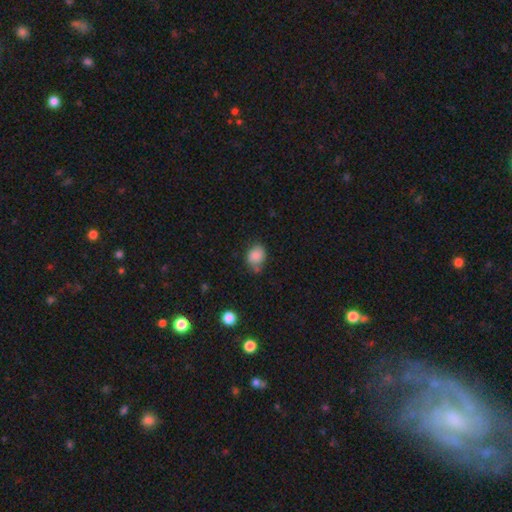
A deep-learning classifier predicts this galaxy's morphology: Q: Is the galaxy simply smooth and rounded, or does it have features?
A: smooth — 85%.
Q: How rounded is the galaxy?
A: in between — 51%.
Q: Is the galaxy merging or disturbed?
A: none — 61%.